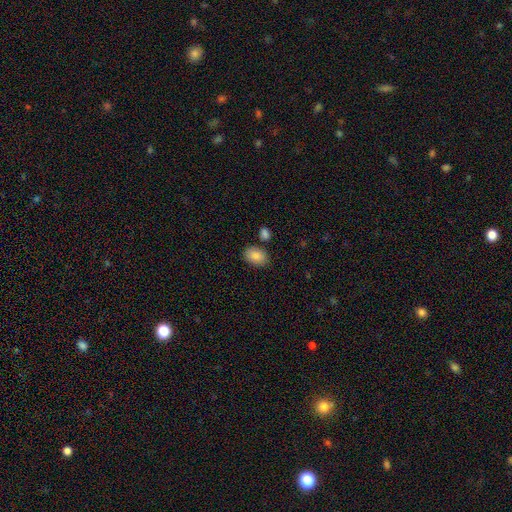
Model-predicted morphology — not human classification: Smooth or featured: smooth — 87% (star or artifact — 7%)
How rounded: in between — 83% (round — 16%)
Merging: none — 81% (minor disturbance — 11%)